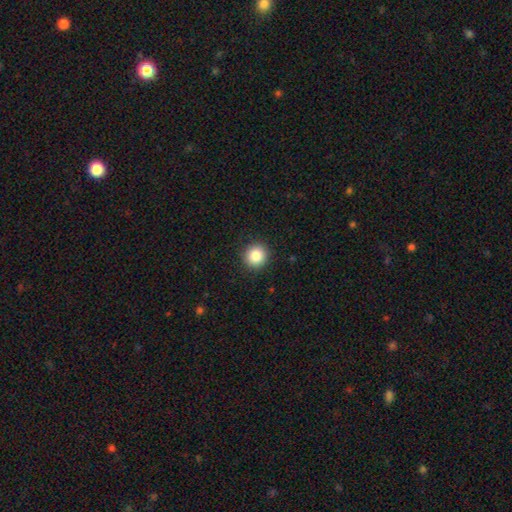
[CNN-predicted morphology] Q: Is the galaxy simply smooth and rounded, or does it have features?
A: smooth — 85%.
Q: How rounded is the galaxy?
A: round — 93%.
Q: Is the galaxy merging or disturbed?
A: none — 92%.